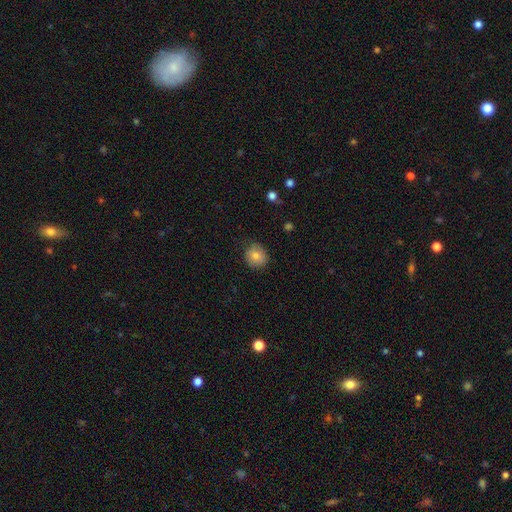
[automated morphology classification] This is likely a smooth galaxy (79%). How rounded: clearly round (81%). Merging: likely none (80%).